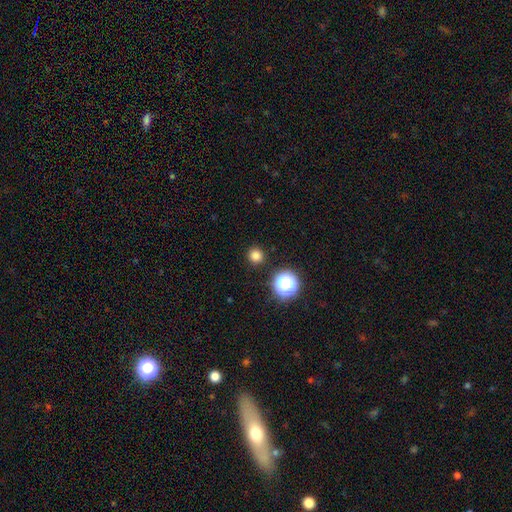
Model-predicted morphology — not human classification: Q: Smooth or featured?
A: smooth (79%); runner-up: star or artifact (17%)
Q: How rounded?
A: round (94%); runner-up: in between (5%)
Q: Merging?
A: none (91%); runner-up: minor disturbance (5%)